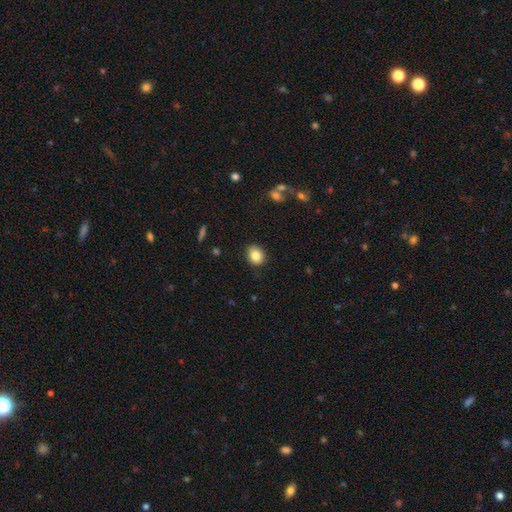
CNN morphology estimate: This appears to be a smooth galaxy with no disk features (84%) that is round (61%). Merging: none (88%).